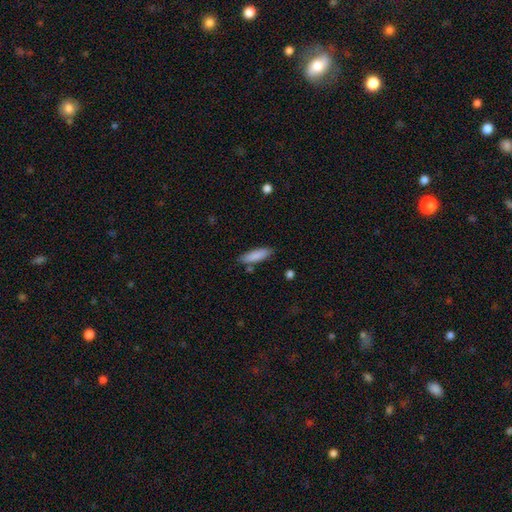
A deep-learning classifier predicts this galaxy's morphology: Smooth or featured? Predicted: smooth (p=0.86). How rounded? Predicted: cigar-shaped (p=0.57). Merging? Predicted: none (p=0.81).